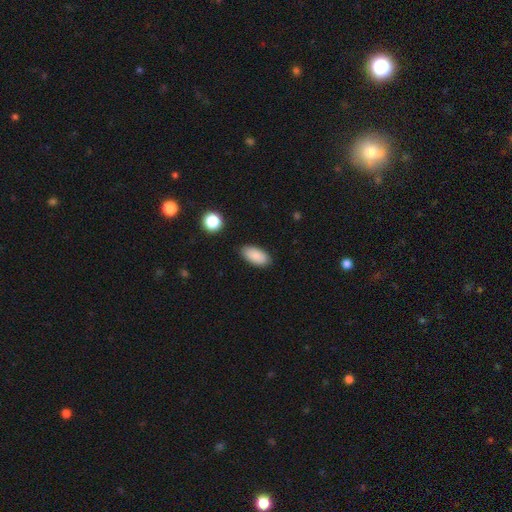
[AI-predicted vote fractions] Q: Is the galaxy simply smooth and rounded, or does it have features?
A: smooth — 89%.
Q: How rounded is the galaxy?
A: in between — 93%.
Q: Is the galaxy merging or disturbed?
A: none — 86%.